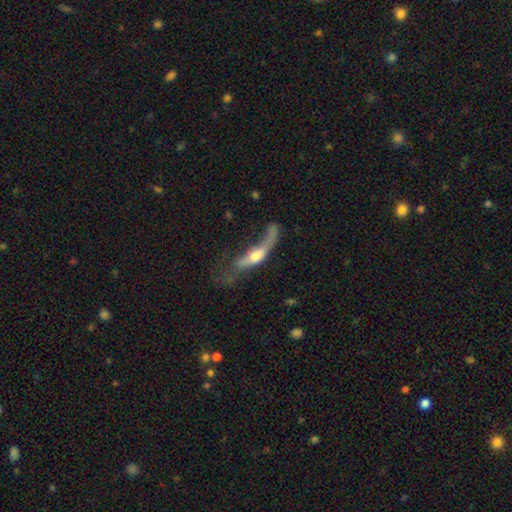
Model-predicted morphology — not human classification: type=featured or disk (53%); edge-on=yes (60%); merging=major disturbance (51%).